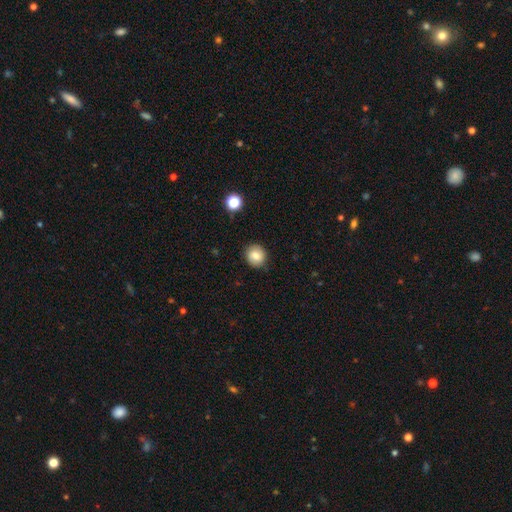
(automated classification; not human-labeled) The model was most divided on "smooth or featured": smooth: 82%, star or artifact: 9%, featured or disk: 9%. More confident: merging — none (88%); how rounded — round (86%).